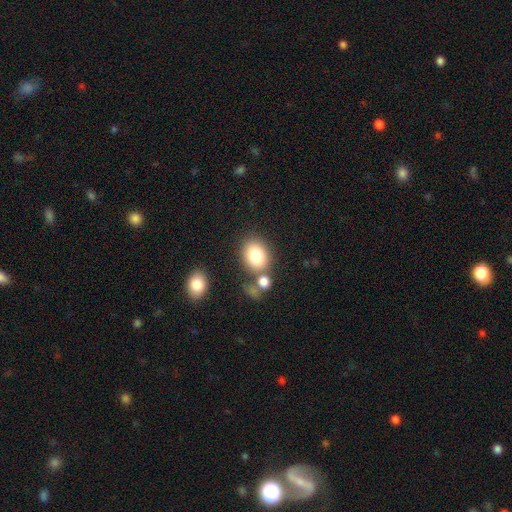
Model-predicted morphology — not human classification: type=smooth (82%); roundness=in between (62%); merging=none (64%).